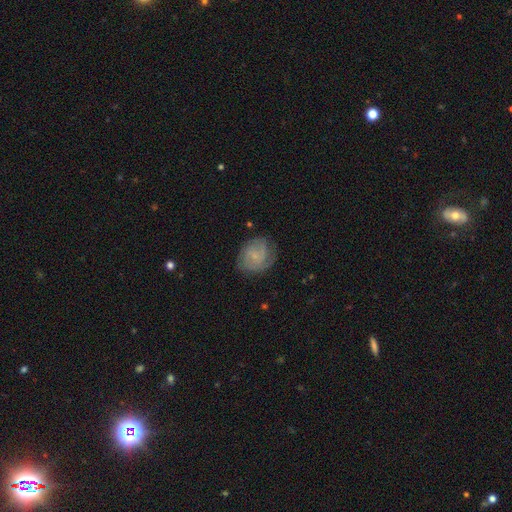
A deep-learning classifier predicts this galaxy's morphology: smooth_or_featured: featured or disk (p=0.61) [alt: smooth p=0.31]
disk_edge_on: no (p=0.98) [alt: yes p=0.02]
bar: no (p=0.69) [alt: weak p=0.27]
has_spiral_arms: yes (p=0.90) [alt: no p=0.10]
spiral_winding: tight (p=0.53) [alt: medium p=0.36]
spiral_arm_count: can't tell (p=0.32) [alt: 2 p=0.31]
bulge_size: small (p=0.70) [alt: none p=0.18]
merging: none (p=0.73) [alt: minor disturbance p=0.19]